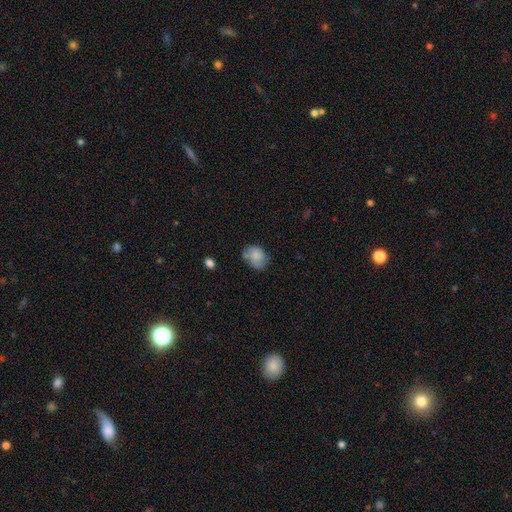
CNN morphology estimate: Smooth or featured?
  - smooth: 74% *
  - featured or disk: 18%
  - star or artifact: 8%
How rounded?
  - in between: 60% *
  - round: 39%
  - cigar-shaped: 1%
Merging?
  - none: 54% *
  - minor disturbance: 30%
  - major disturbance: 10%
  - merger: 7%